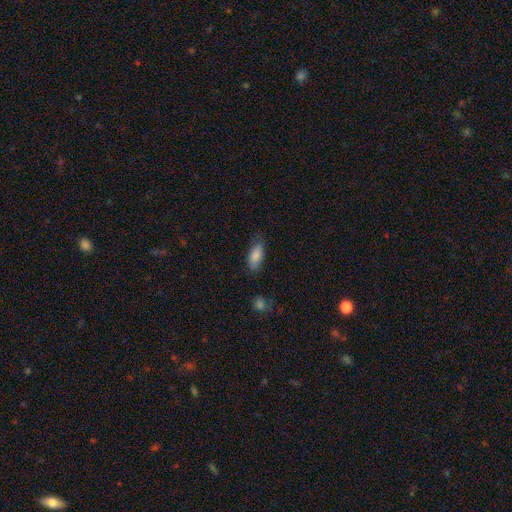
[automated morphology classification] Q: Smooth or featured?
A: smooth (85%); runner-up: featured or disk (8%)
Q: How rounded?
A: in between (86%); runner-up: cigar-shaped (12%)
Q: Merging?
A: none (73%); runner-up: minor disturbance (21%)